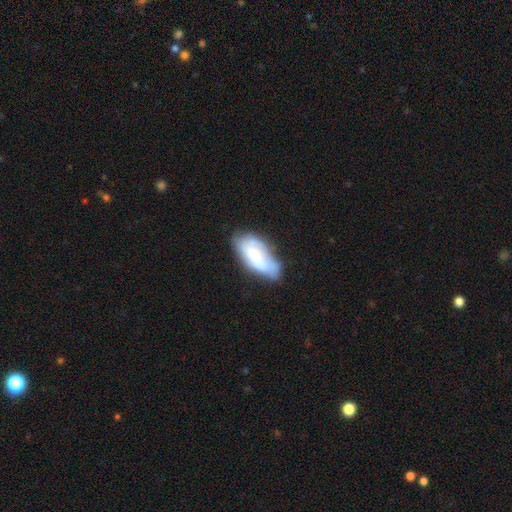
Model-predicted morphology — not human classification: smooth_or_featured: smooth (p=0.54) [alt: featured or disk p=0.39]
how_rounded: in between (p=0.88) [alt: cigar-shaped p=0.09]
merging: none (p=0.51) [alt: minor disturbance p=0.34]